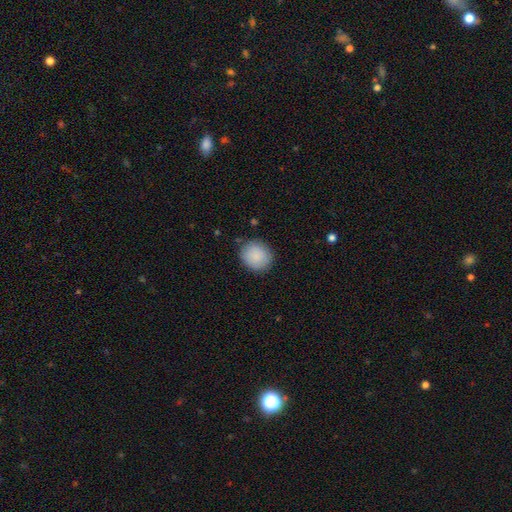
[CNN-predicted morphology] smooth 88%, star or artifact 7%, featured or disk 5%. Down the decision tree: how rounded — round (78%); merging — none (86%).